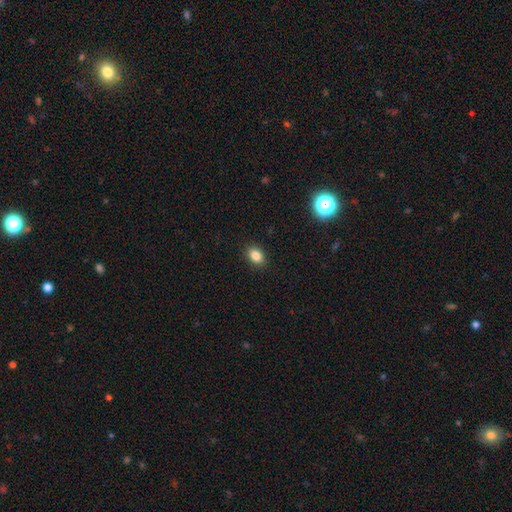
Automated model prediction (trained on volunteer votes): smooth 84%, star or artifact 10%, featured or disk 5%. Down the decision tree: how rounded — in between (76%); merging — none (89%).